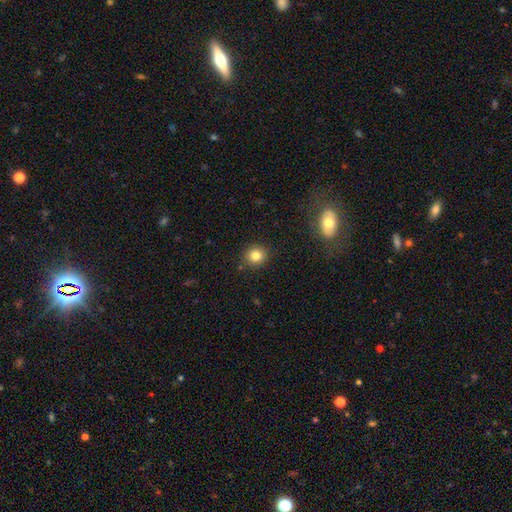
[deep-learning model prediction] smooth_or_featured: smooth (p=0.82) [alt: star or artifact p=0.12]
how_rounded: round (p=0.88) [alt: in between p=0.11]
merging: none (p=0.89) [alt: minor disturbance p=0.07]